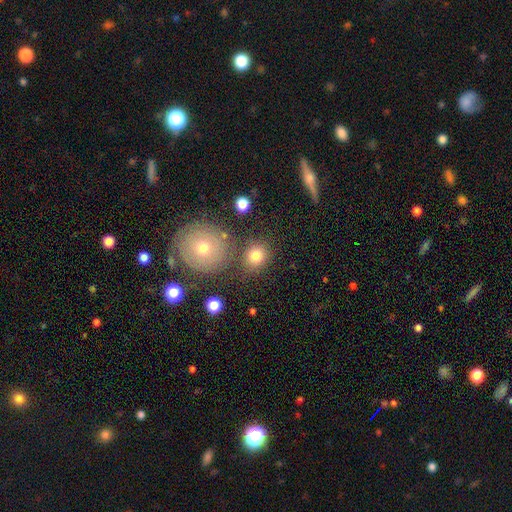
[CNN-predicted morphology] Overall: smooth (78%). How rounded: round (80%). Merging: none (75%).